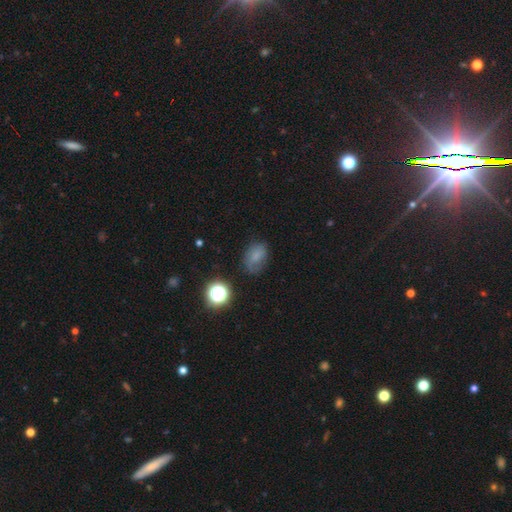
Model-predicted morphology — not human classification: A smooth galaxy with no disk features (71%) that is in between round and cigar-shaped (77%).

Vote fractions:
- Smooth or featured? smooth: 71% / star or artifact: 16% / featured or disk: 14%
- How rounded? in between: 77% / round: 22% / cigar-shaped: 1%
- Merging? none: 62% / minor disturbance: 27% / major disturbance: 10% / merger: 2%